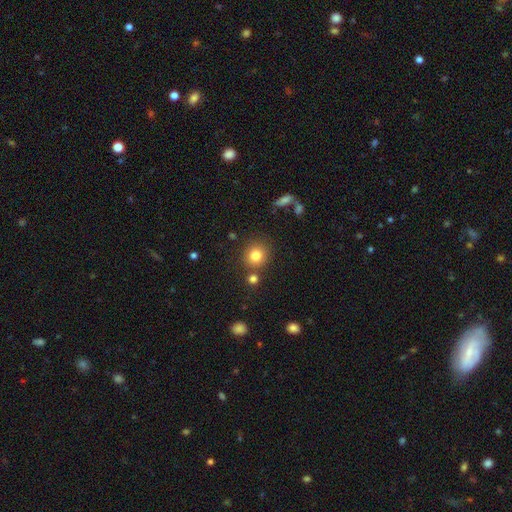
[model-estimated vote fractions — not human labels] A smooth galaxy with no disk features (81%) that is round (86%).

Vote fractions:
- Smooth or featured? smooth: 81% / star or artifact: 12% / featured or disk: 7%
- How rounded? round: 86% / in between: 14% / cigar-shaped: 1%
- Merging? none: 78% / minor disturbance: 9% / merger: 9% / major disturbance: 3%